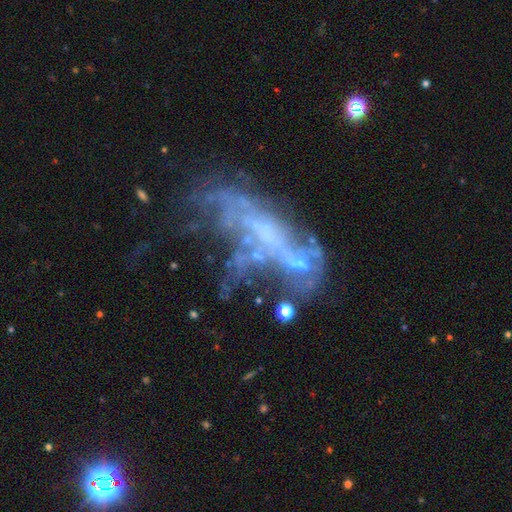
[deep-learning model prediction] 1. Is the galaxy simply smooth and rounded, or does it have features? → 59% featured or disk, 23% star or artifact, 18% smooth.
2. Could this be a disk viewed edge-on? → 87% no, 13% yes.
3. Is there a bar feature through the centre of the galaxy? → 84% no, 10% weak, 6% strong.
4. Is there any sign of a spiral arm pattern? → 82% no, 18% yes.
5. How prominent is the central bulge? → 66% none, 21% small, 9% moderate, 2% large, 2% dominant.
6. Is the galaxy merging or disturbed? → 33% major disturbance, 31% merger, 24% none, 13% minor disturbance.